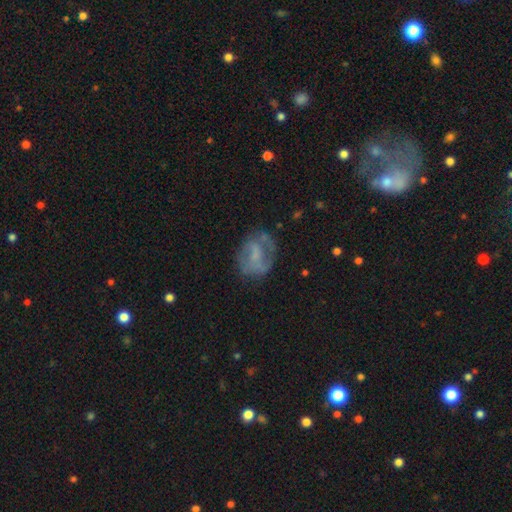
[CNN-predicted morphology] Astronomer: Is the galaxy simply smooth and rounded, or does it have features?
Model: featured or disk — 56% (runner-up: smooth, 33%).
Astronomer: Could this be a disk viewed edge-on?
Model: no — 97%.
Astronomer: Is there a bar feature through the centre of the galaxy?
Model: no — 51% (runner-up: weak, 37%).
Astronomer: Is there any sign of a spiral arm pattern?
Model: yes — 60% (runner-up: no, 40%).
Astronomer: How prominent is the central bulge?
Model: none — 46% (runner-up: small, 29%).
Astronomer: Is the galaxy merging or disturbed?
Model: none — 60%.